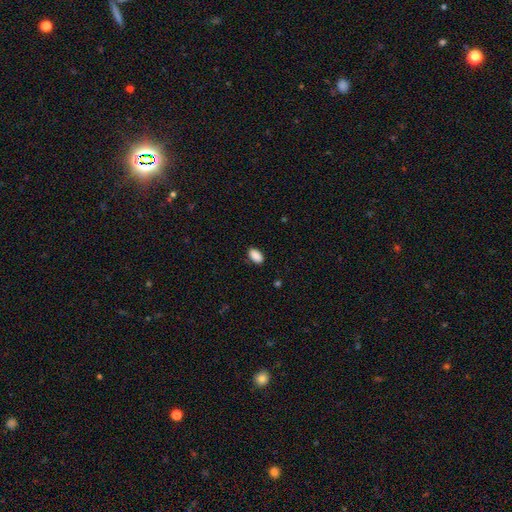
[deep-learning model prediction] This appears to be a smooth galaxy with no disk features (90%) that is in between round and cigar-shaped (93%). Merging: none (86%).